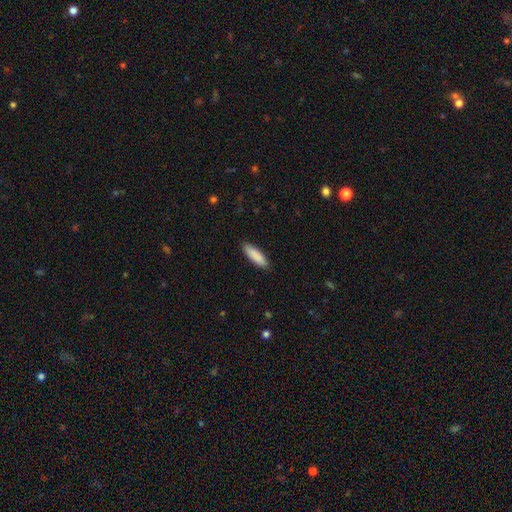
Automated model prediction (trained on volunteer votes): Morphology: type=smooth (89%); roundness=cigar-shaped (55%); merging=none (89%).